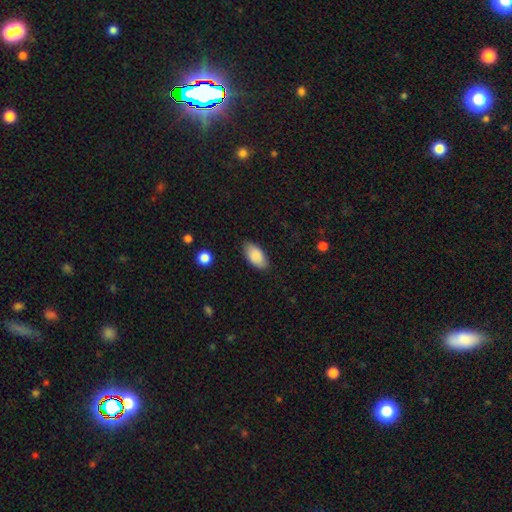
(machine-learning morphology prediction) Smooth or featured? Predicted: smooth (p=0.88). How rounded? Predicted: in between (p=0.94). Merging? Predicted: none (p=0.82).